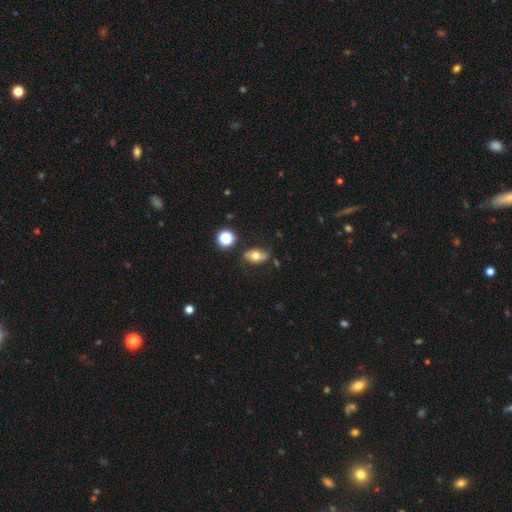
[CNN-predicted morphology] type=smooth (56%); roundness=in between (84%); merging=none (72%).